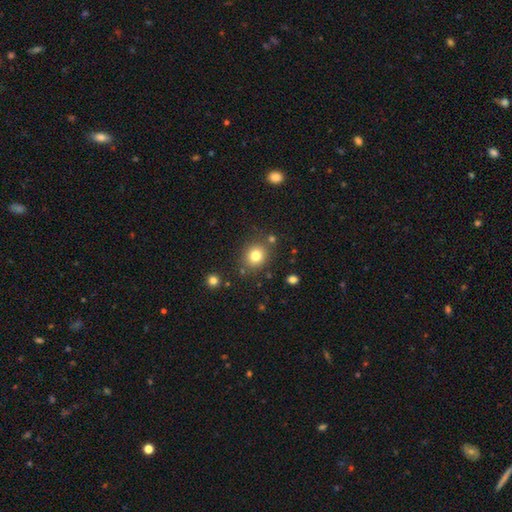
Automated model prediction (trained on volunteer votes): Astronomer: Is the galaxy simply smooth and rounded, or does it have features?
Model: smooth — 80%.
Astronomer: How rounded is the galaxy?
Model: round — 78%.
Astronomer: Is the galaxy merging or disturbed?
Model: none — 82%.